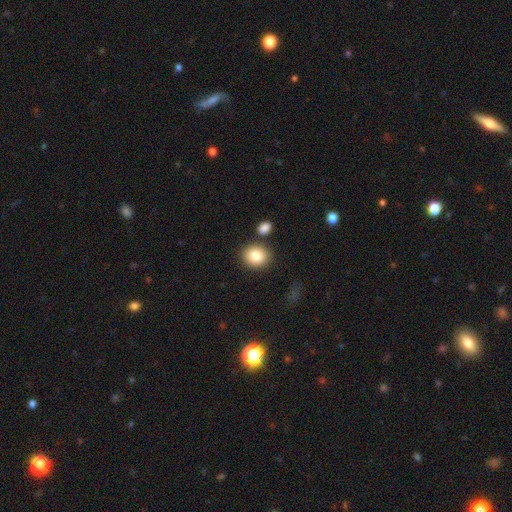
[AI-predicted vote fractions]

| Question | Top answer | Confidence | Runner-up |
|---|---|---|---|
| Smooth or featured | smooth | 85% | star or artifact (8%) |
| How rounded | round | 71% | in between (28%) |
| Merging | none | 80% | minor disturbance (9%) |